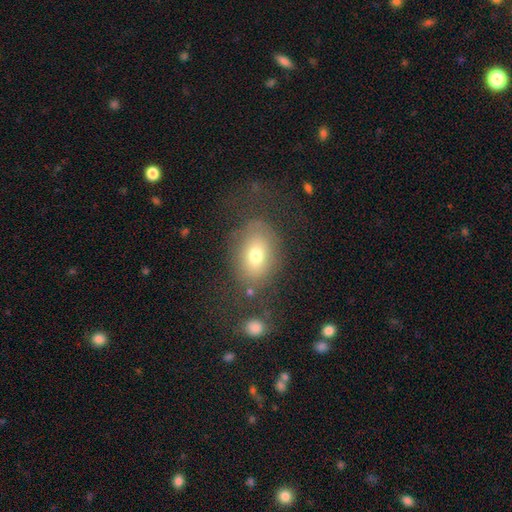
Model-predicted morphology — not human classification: This appears to be a smooth galaxy with no disk features (67%) that is in between round and cigar-shaped (74%). Merging: none (60%).